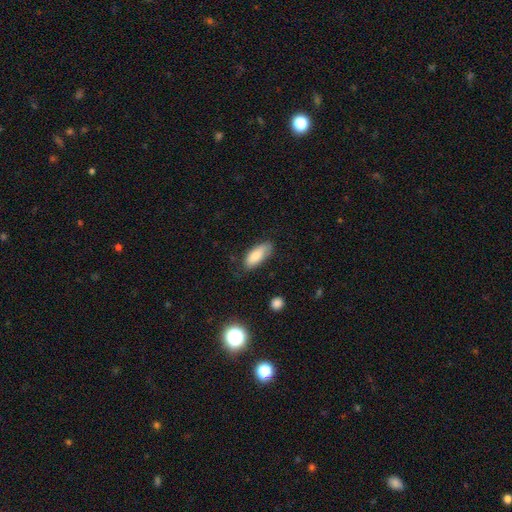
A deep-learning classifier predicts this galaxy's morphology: type=smooth (83%); roundness=in between (79%); merging=none (69%).